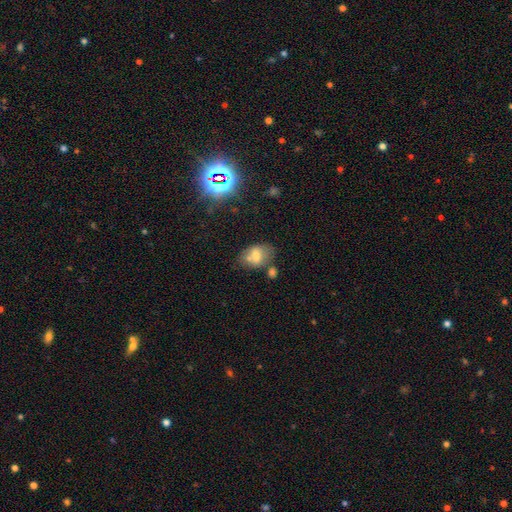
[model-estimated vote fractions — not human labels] smooth 61%, featured or disk 26%, star or artifact 13%. Down the decision tree: how rounded — in between (77%); merging — none (55%).